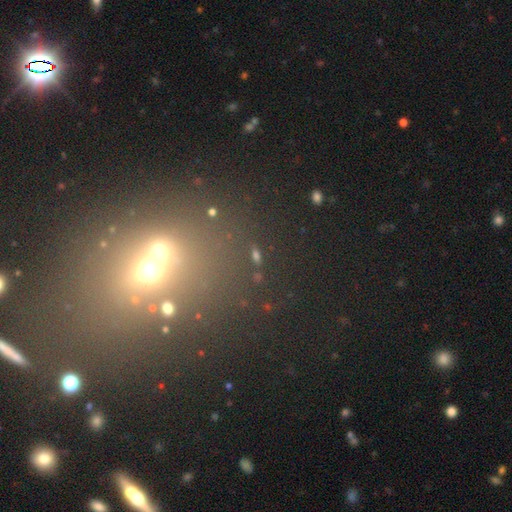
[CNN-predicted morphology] This is marginally a star or artifact rather than a galaxy (45%).